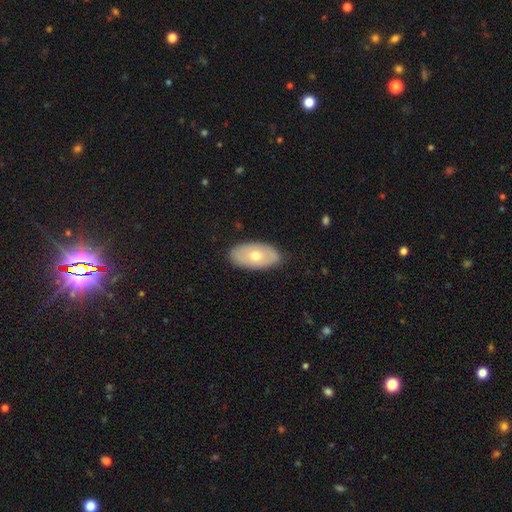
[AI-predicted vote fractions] Smooth or featured? Predicted: smooth (p=0.60). How rounded? Predicted: in between (p=0.94). Merging? Predicted: none (p=0.86).